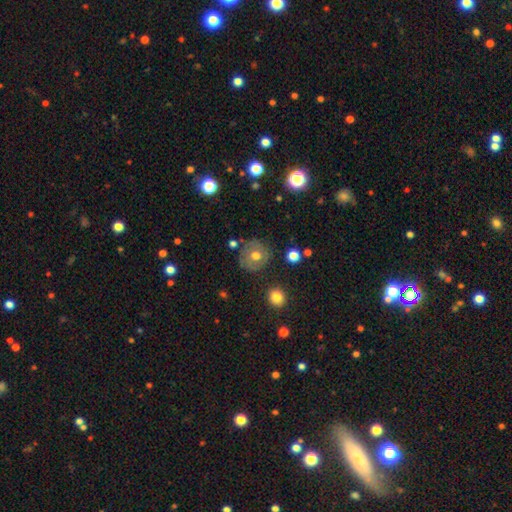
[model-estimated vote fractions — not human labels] smooth-or-featured: smooth: 55% | featured or disk: 34% | star or artifact: 11%
  how-rounded: round: 88% | in between: 11% | cigar-shaped: 1%
  merging: none: 77% | minor disturbance: 14% | major disturbance: 5% | merger: 3%